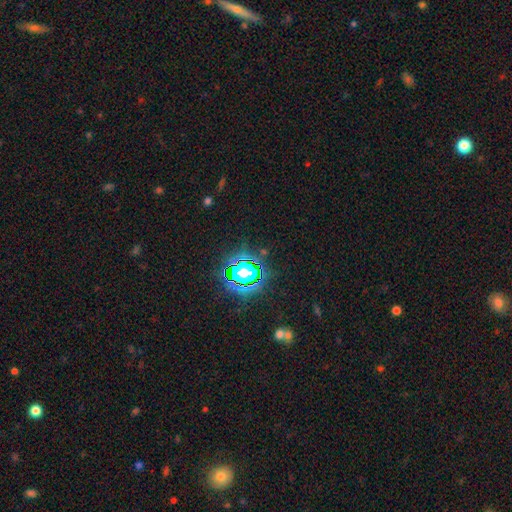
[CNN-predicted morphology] This appears to be a star or artifact, not a galaxy (80%).